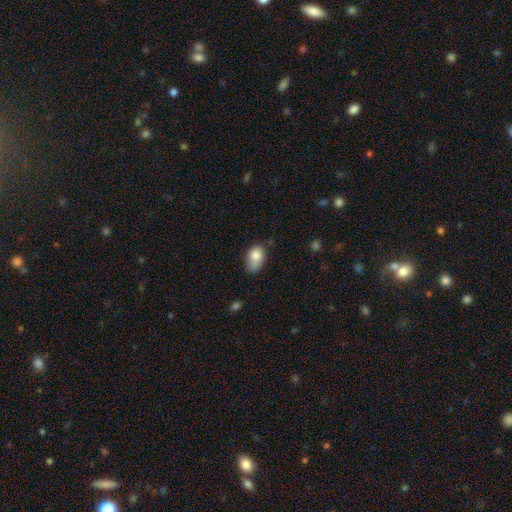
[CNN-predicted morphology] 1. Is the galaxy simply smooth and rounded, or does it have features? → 82% smooth, 10% featured or disk, 8% star or artifact.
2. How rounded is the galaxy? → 85% in between, 13% round, 1% cigar-shaped.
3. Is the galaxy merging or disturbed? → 42% none, 39% minor disturbance, 13% major disturbance, 6% merger.